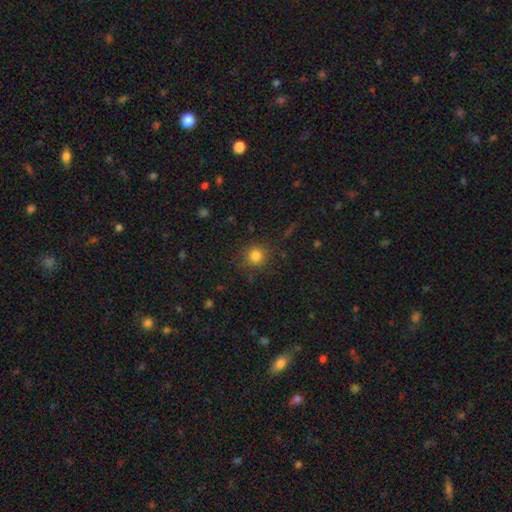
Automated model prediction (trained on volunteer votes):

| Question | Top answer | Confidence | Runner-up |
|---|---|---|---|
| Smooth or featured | smooth | 81% | star or artifact (13%) |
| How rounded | round | 92% | in between (7%) |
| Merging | none | 86% | minor disturbance (8%) |